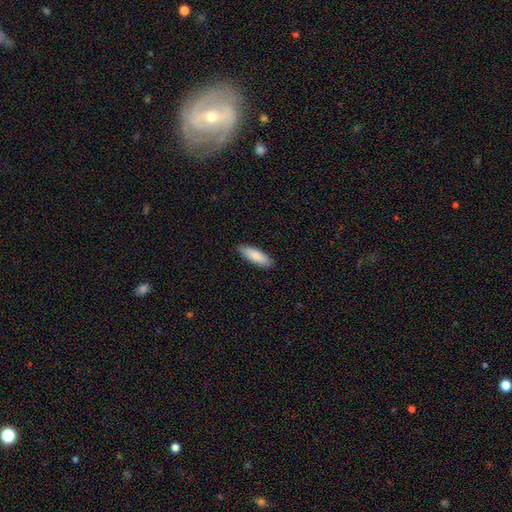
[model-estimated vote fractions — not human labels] The model was most divided on "how rounded": in between: 53%, cigar-shaped: 46%, round: 1%. More confident: merging — none (89%); smooth or featured — smooth (86%).